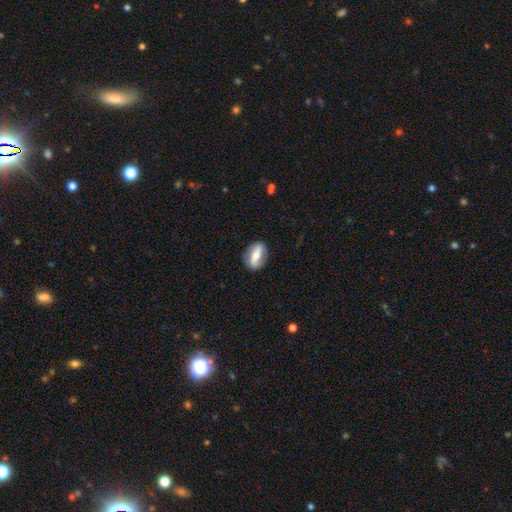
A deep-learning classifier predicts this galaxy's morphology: Smooth or featured: smooth — 49% (featured or disk — 44%)
Merging: none — 82% (minor disturbance — 13%)